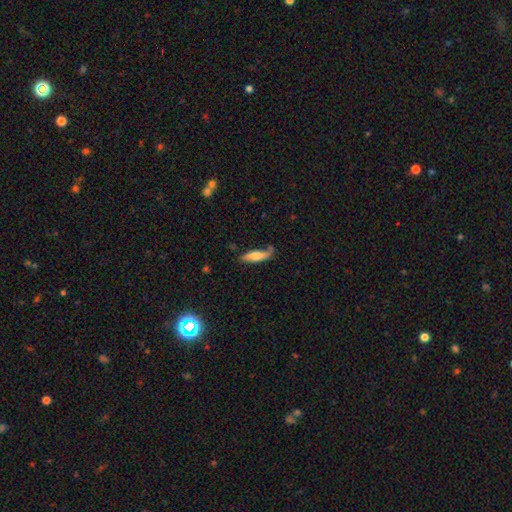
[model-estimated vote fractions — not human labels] Smooth or featured? Predicted: smooth (p=0.65). How rounded? Predicted: cigar-shaped (p=0.64). Merging? Predicted: none (p=0.61).